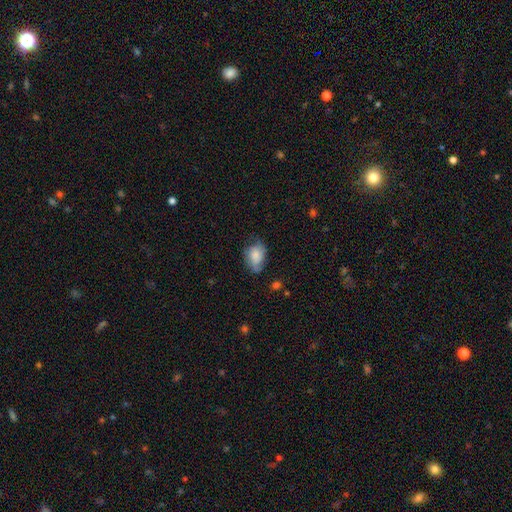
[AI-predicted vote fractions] Smooth or featured? smooth (72%)
How rounded? in between (79%)
Merging? none (51%)